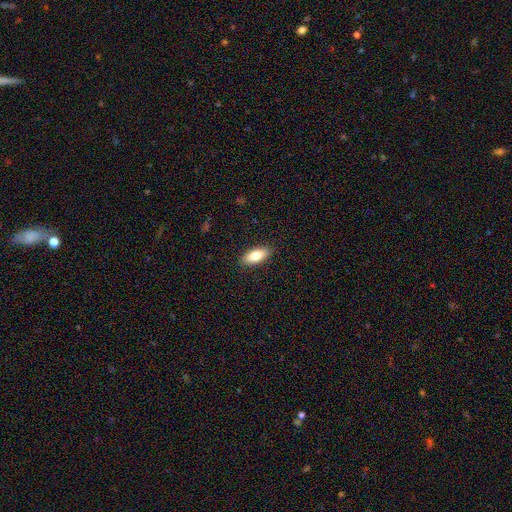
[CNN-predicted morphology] This is clearly a smooth galaxy (81%). How rounded: clearly in between (83%). Merging: clearly none (89%).